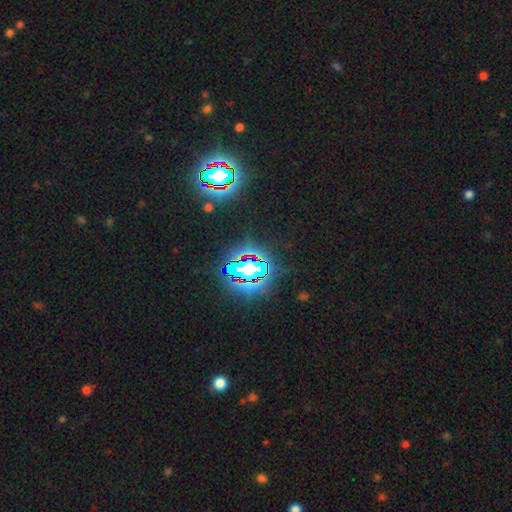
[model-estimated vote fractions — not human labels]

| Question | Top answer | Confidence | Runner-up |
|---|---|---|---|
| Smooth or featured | star or artifact | 82% | smooth (10%) |